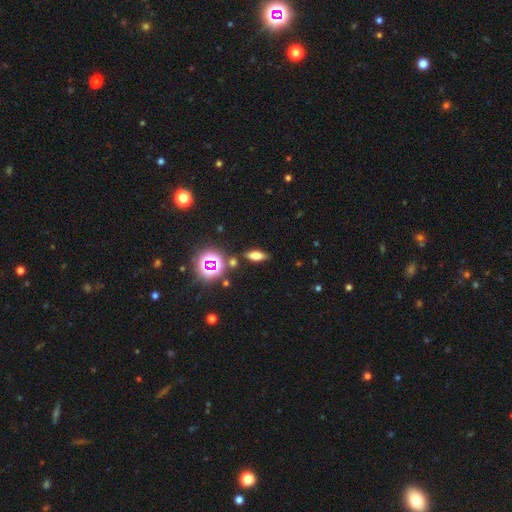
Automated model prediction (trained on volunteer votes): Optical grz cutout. It shows a smooth galaxy with no disk features (60%) that is in between round and cigar-shaped (65%). Merging: none (82%).